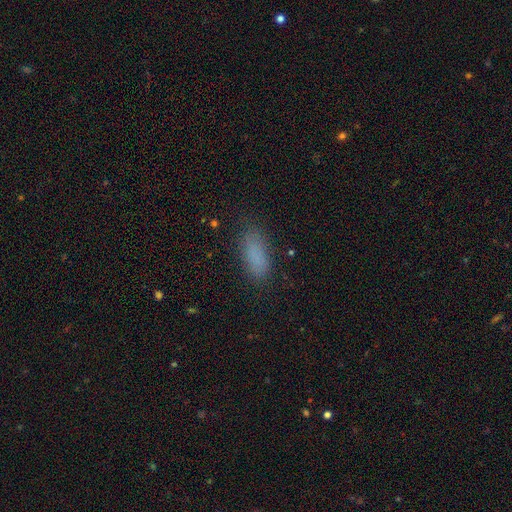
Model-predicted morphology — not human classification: A smooth galaxy with no disk features (85%) that is in between round and cigar-shaped (77%).

Vote fractions:
- Smooth or featured? smooth: 85% / star or artifact: 9% / featured or disk: 6%
- How rounded? in between: 77% / cigar-shaped: 20% / round: 3%
- Merging? none: 81% / minor disturbance: 14% / major disturbance: 4% / merger: 1%